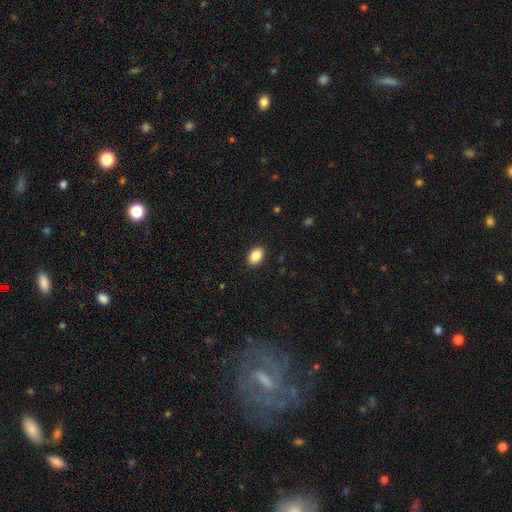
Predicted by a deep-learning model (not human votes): smooth_or_featured: smooth (p=0.88) [alt: star or artifact p=0.08]
how_rounded: in between (p=0.84) [alt: round p=0.15]
merging: none (p=0.90) [alt: minor disturbance p=0.07]